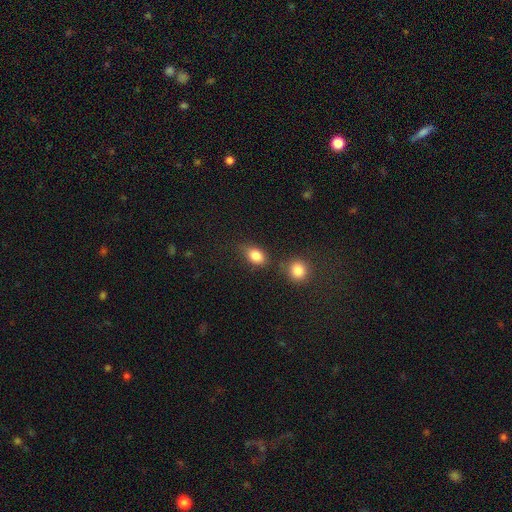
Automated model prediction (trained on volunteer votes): This is clearly a smooth galaxy (84%). How rounded: likely in between (78%). Merging: likely none (60%).